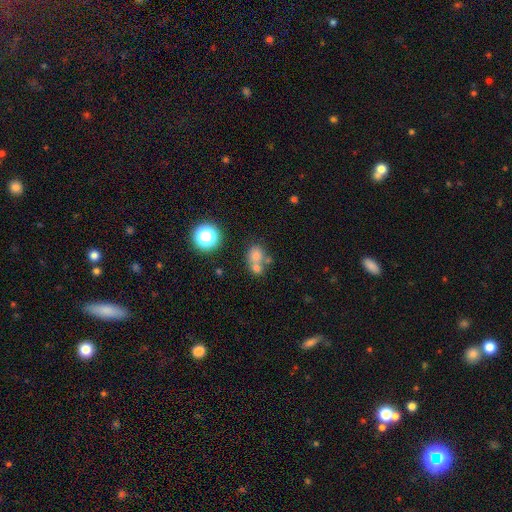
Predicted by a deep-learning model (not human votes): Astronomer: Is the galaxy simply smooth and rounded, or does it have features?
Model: smooth — 71%.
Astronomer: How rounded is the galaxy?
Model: round — 58% (runner-up: in between, 41%).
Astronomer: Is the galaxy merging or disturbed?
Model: merger — 51% (runner-up: none, 35%).